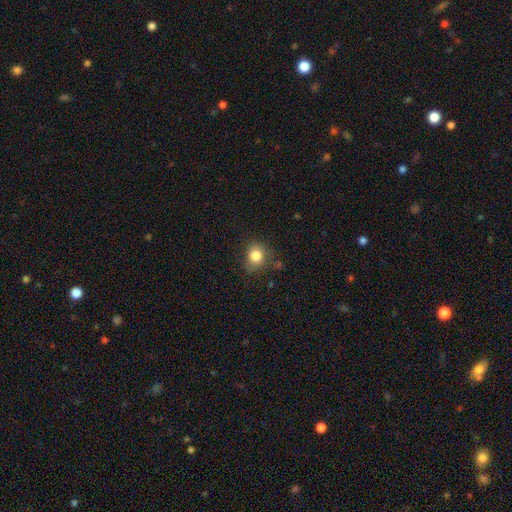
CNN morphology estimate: smooth_or_featured: smooth (p=0.83) [alt: star or artifact p=0.10]
how_rounded: round (p=0.70) [alt: in between p=0.29]
merging: none (p=0.74) [alt: minor disturbance p=0.19]